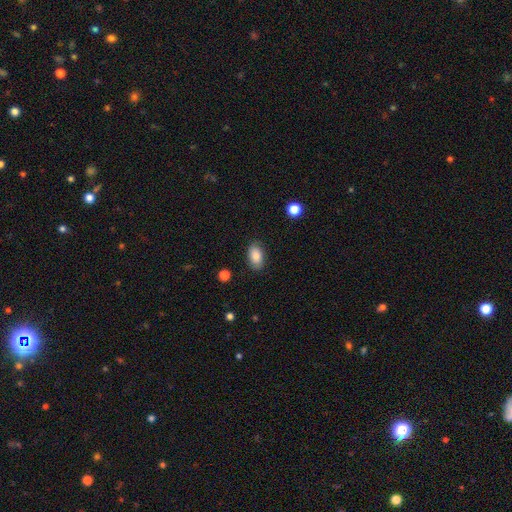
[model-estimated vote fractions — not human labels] smooth 85%, star or artifact 8%, featured or disk 7%. Down the decision tree: how rounded — in between (91%); merging — none (85%).